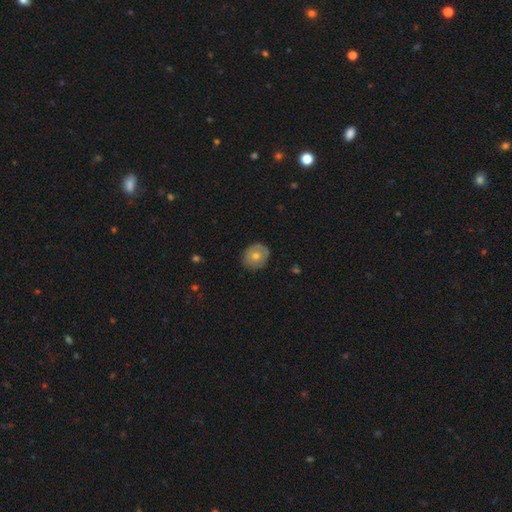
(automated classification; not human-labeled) A smooth galaxy with no disk features (63%) that is round (79%). Merging: none (80%).